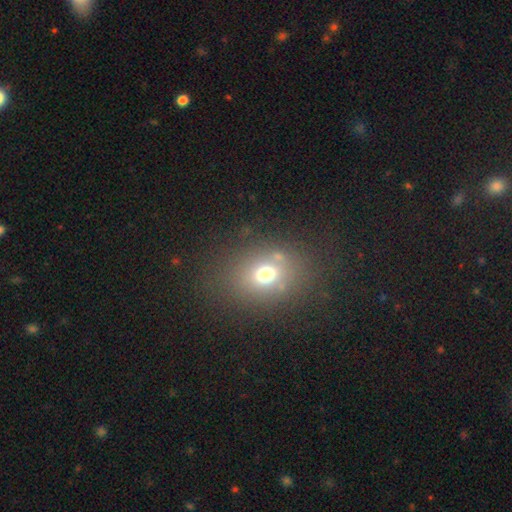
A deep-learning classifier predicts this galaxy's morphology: A smooth galaxy with no disk features (62%) that is in between round and cigar-shaped (52%).

Vote fractions:
- Smooth or featured? smooth: 62% / star or artifact: 27% / featured or disk: 11%
- How rounded? in between: 52% / round: 46% / cigar-shaped: 2%
- Merging? none: 85% / minor disturbance: 8% / merger: 4% / major disturbance: 3%